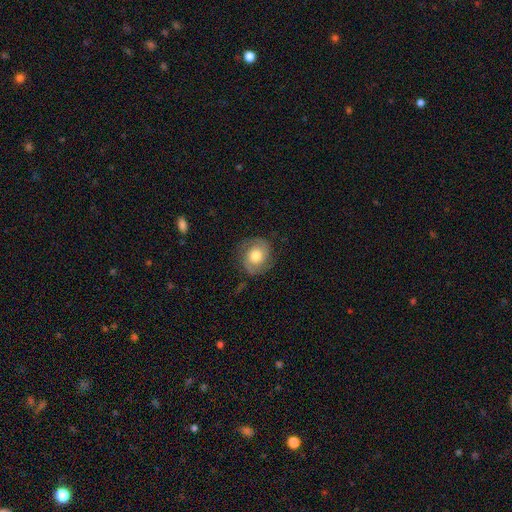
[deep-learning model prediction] featured or disk 57%, smooth 35%, star or artifact 8%. Down the decision tree: edge-on disk — no (97%); bar — no (76%); spiral arms — yes (85%); bulge size — moderate (67%); merging — none (77%).